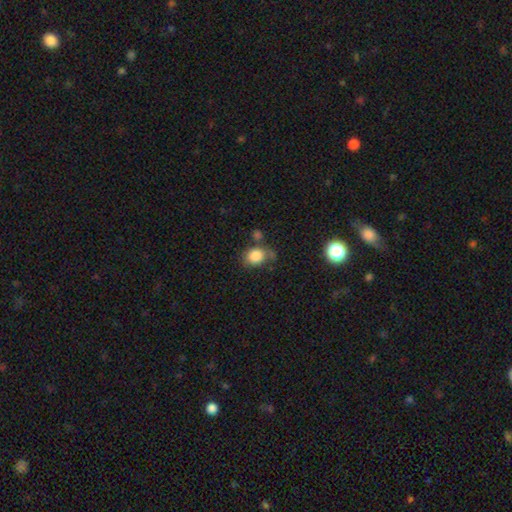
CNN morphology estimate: The model was most divided on "how rounded": round: 51%, in between: 48%, cigar-shaped: 1%. More confident: smooth or featured — smooth (84%); merging — none (54%).